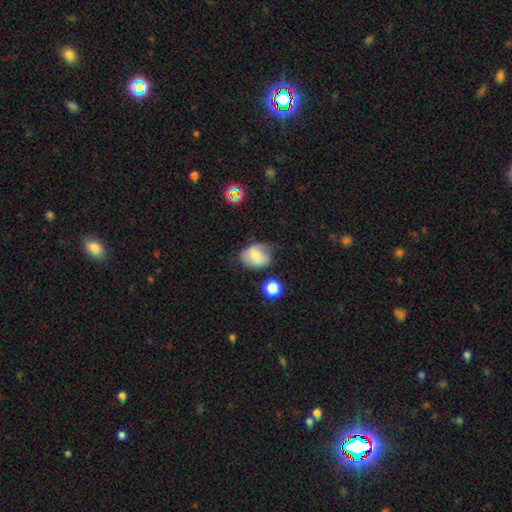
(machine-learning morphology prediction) A smooth galaxy with no disk features (69%) that is in between round and cigar-shaped (62%). Merging: none (51%).